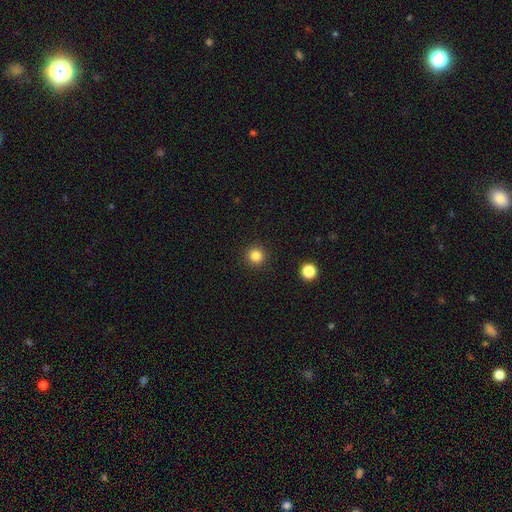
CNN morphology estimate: A smooth galaxy with no disk features (83%) that is round (96%). Merging: none (93%).